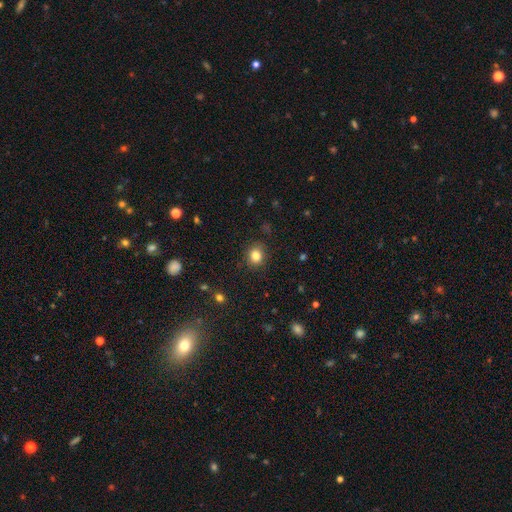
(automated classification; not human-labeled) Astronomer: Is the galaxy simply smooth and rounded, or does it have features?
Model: smooth — 83%.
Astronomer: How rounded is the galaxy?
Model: round — 77%.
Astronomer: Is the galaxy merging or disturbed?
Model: none — 88%.